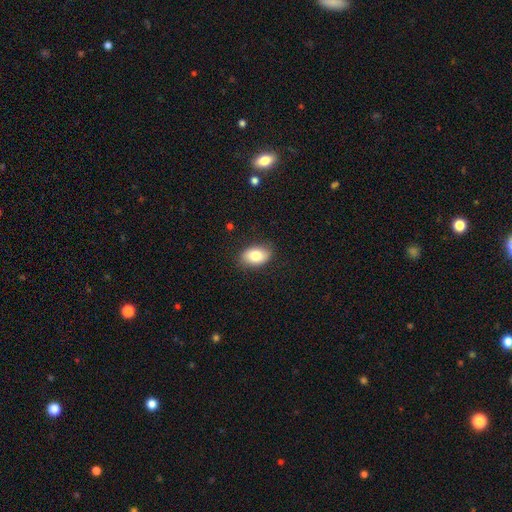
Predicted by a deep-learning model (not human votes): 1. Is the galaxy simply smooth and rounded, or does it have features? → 81% smooth, 12% featured or disk, 7% star or artifact.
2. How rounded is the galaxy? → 87% in between, 11% round, 1% cigar-shaped.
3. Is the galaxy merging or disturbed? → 84% none, 12% minor disturbance, 3% major disturbance, 1% merger.